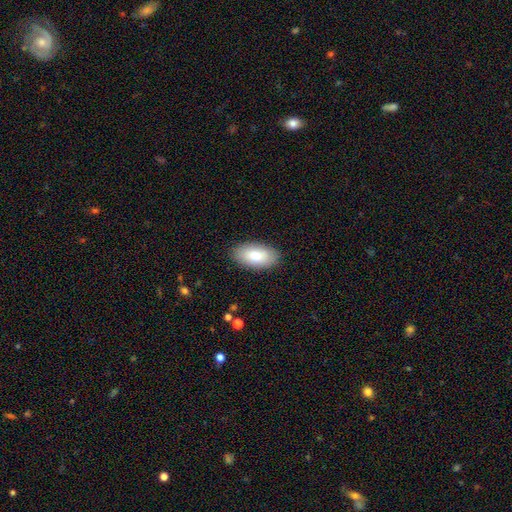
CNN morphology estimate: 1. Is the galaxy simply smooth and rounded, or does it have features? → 79% smooth, 15% featured or disk, 7% star or artifact.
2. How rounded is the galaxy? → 94% in between, 3% round, 3% cigar-shaped.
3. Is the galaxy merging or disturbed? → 89% none, 8% minor disturbance, 2% major disturbance, 1% merger.